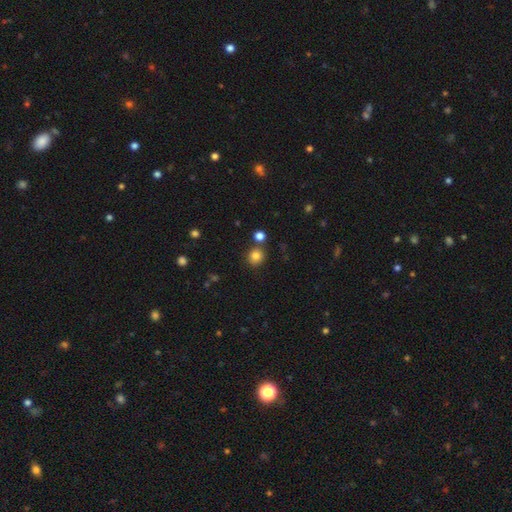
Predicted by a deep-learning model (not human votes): Smooth or featured? smooth (81%)
How rounded? round (86%)
Merging? none (79%)